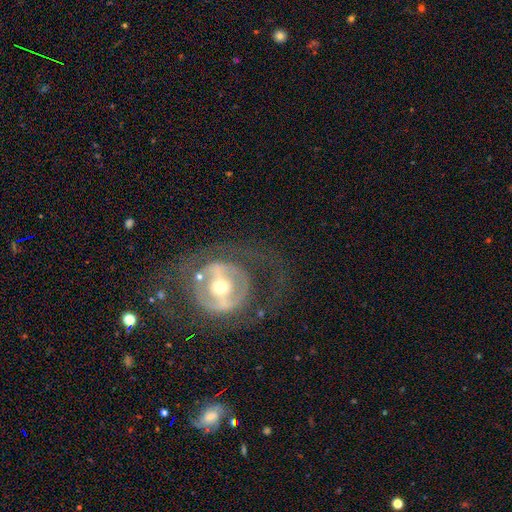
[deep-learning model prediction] Smooth or featured?
  - featured or disk: 76% *
  - smooth: 16%
  - star or artifact: 8%
Edge-on disk?
  - no: 95% *
  - yes: 5%
Bar?
  - no: 35% *
  - strong: 33%
  - weak: 32%
Spiral arms?
  - yes: 52% *
  - no: 48%
Bulge size?
  - moderate: 67% *
  - small: 21%
  - large: 9%
  - dominant: 2%
  - none: 1%
Merging?
  - none: 63% *
  - major disturbance: 21%
  - minor disturbance: 14%
  - merger: 3%